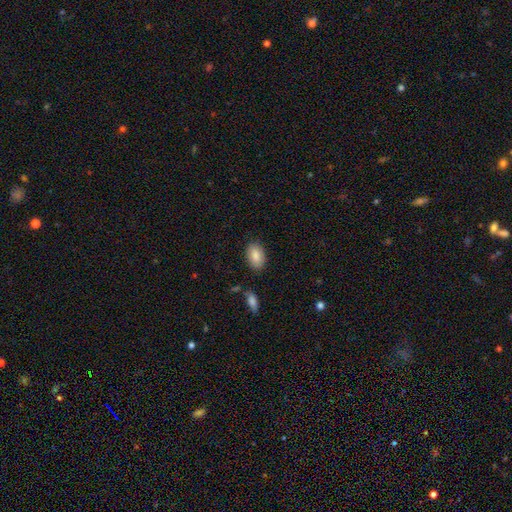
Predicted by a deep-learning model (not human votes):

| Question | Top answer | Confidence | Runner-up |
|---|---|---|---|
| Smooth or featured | smooth | 86% | featured or disk (7%) |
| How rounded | in between | 91% | round (8%) |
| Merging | none | 85% | minor disturbance (10%) |